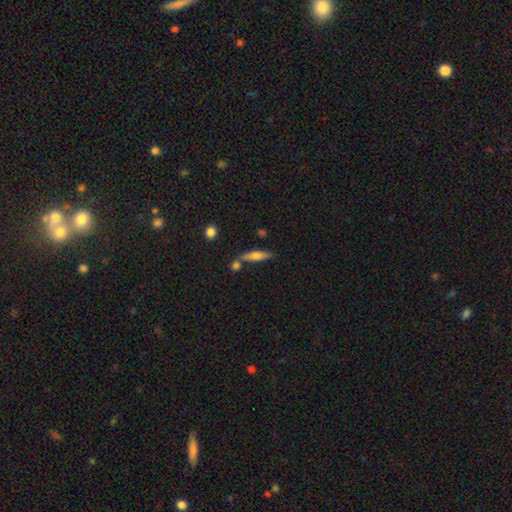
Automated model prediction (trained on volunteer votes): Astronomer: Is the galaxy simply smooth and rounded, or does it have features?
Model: smooth — 68%.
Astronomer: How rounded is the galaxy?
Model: cigar-shaped — 76%.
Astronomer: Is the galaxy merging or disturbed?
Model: none — 68%.